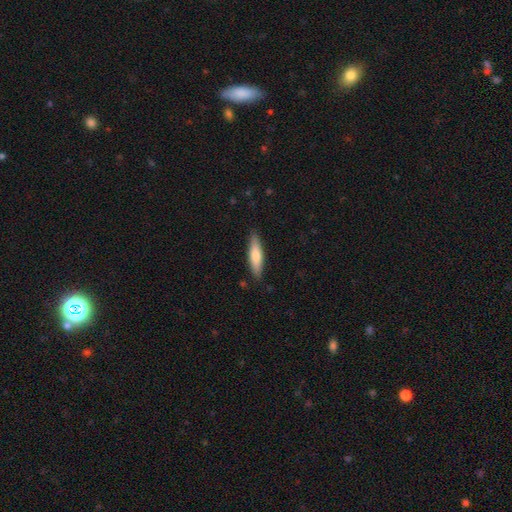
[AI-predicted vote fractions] Smooth or featured?
  - smooth: 71% *
  - featured or disk: 24%
  - star or artifact: 5%
How rounded?
  - cigar-shaped: 72% *
  - in between: 27%
  - round: 1%
Merging?
  - none: 87% *
  - minor disturbance: 10%
  - major disturbance: 2%
  - merger: 1%